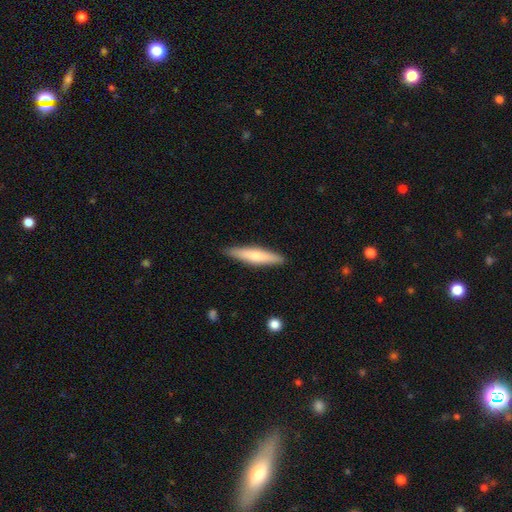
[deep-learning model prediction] This is likely a smooth galaxy (64%). How rounded: clearly cigar-shaped (88%). Merging: clearly none (89%).